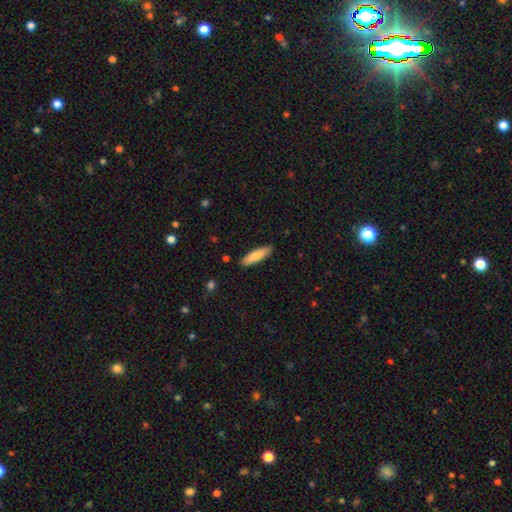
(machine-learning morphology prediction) smooth 80%, featured or disk 14%, star or artifact 5%. Down the decision tree: how rounded — cigar-shaped (67%); merging — none (89%).